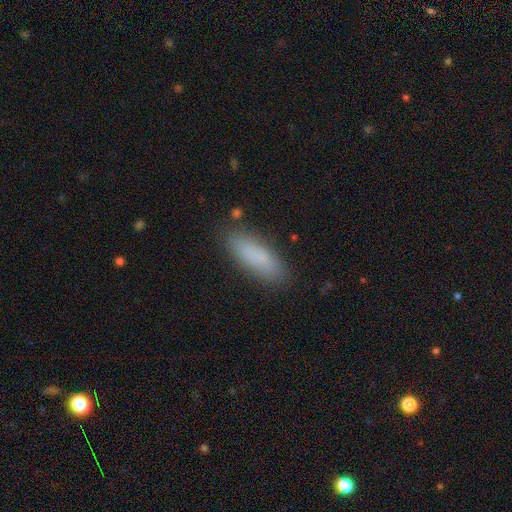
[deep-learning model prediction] Smooth or featured: smooth — 84% (featured or disk — 9%)
How rounded: in between — 56% (cigar-shaped — 43%)
Merging: none — 84% (minor disturbance — 11%)